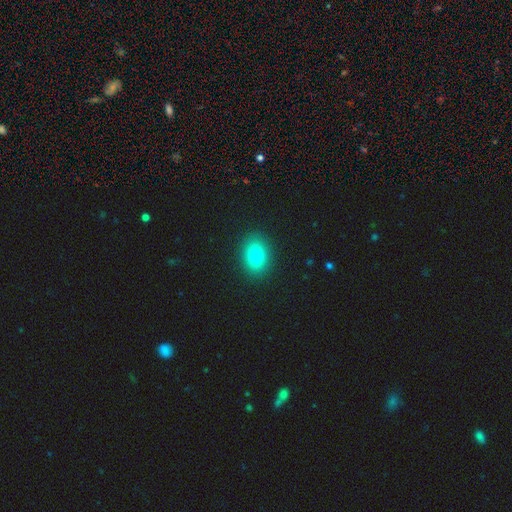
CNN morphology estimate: This appears to be a smooth galaxy with no disk features (79%) that is in between round and cigar-shaped (58%). Merging: none (90%).